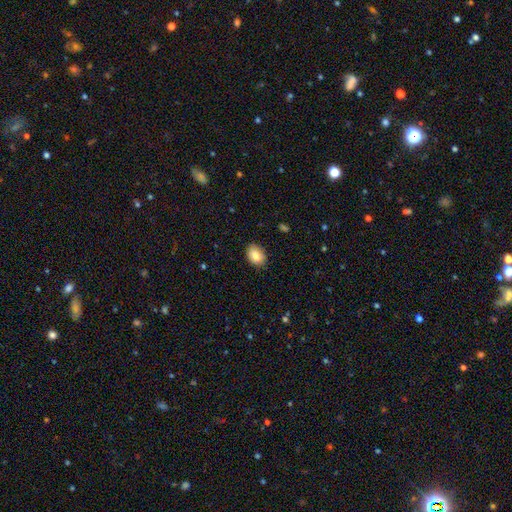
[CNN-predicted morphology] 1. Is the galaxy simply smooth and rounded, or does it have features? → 86% smooth, 8% star or artifact, 7% featured or disk.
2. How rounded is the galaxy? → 74% in between, 25% round, 1% cigar-shaped.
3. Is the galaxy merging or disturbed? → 85% none, 12% minor disturbance, 2% major disturbance, 1% merger.